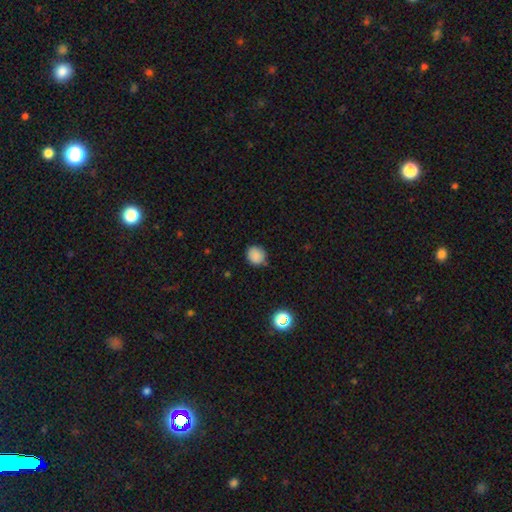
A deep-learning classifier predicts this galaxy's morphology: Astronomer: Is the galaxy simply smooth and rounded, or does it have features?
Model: smooth — 86%.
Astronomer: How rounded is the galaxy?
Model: round — 82%.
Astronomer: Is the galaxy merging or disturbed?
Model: none — 81%.